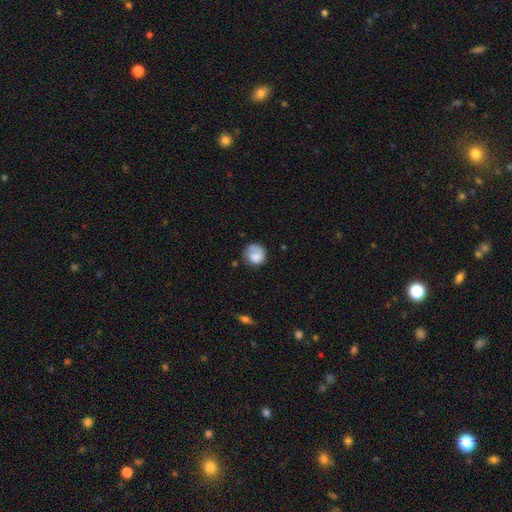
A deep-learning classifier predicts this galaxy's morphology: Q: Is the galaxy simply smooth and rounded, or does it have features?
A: smooth — 76%.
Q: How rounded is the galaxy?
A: round — 83%.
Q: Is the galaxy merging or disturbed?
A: none — 60%.